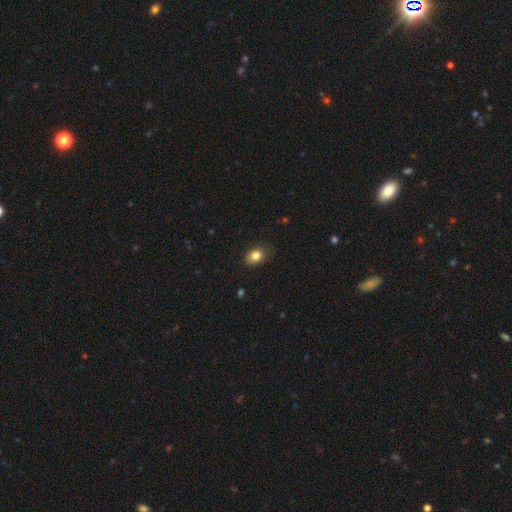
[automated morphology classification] A smooth galaxy with no disk features (83%) that is in between round and cigar-shaped (59%).

Vote fractions:
- Smooth or featured? smooth: 83% / star or artifact: 10% / featured or disk: 7%
- How rounded? in between: 59% / round: 40% / cigar-shaped: 1%
- Merging? none: 77% / minor disturbance: 18% / major disturbance: 4% / merger: 1%